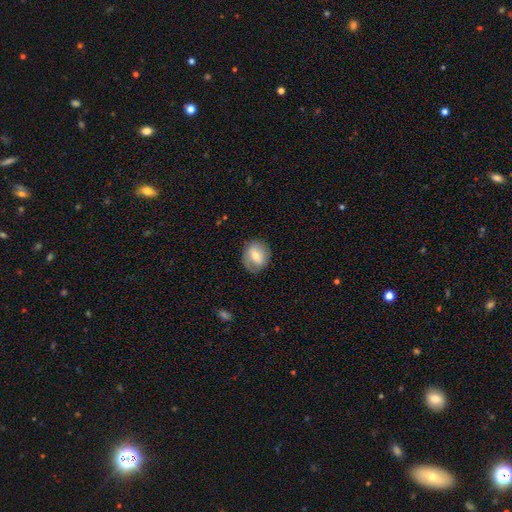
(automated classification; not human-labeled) A smooth galaxy with no disk features (52%) that is round (61%). Merging: none (78%).